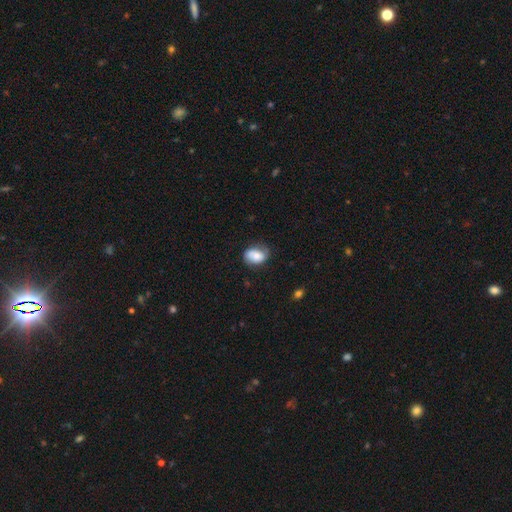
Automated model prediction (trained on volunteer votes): This is likely a smooth galaxy (64%). How rounded: likely in between (73%). Merging: likely none (61%).